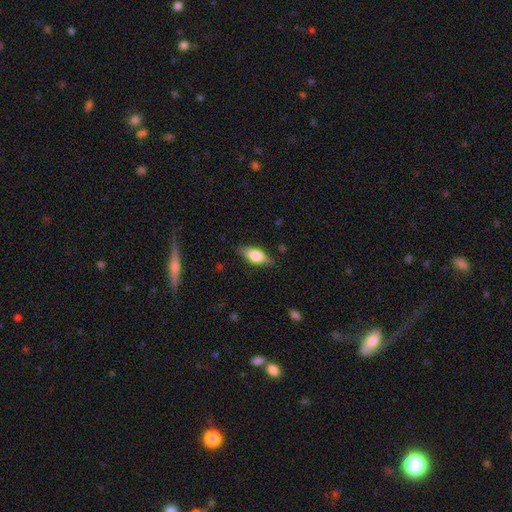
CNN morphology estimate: Smooth or featured: smooth — 68% (featured or disk — 25%)
How rounded: in between — 83% (cigar-shaped — 13%)
Merging: none — 76% (minor disturbance — 18%)